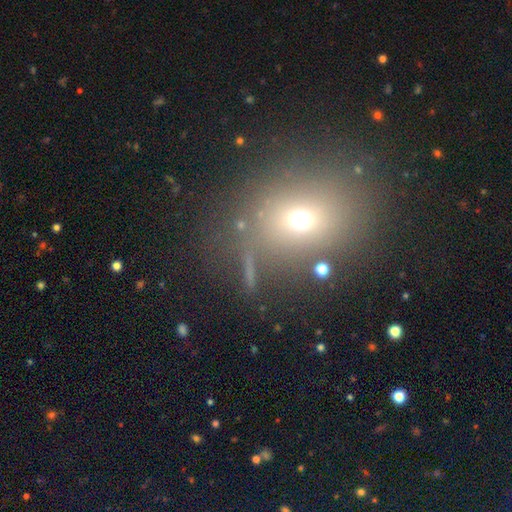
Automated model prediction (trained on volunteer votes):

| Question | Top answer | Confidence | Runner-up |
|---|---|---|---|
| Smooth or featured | smooth | 50% | star or artifact (37%) |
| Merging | none | 74% | minor disturbance (13%) |